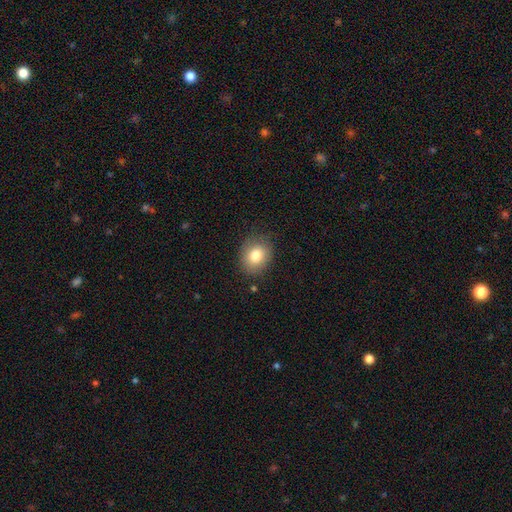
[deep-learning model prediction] smooth_or_featured: smooth (p=0.80) [alt: featured or disk p=0.11]
how_rounded: round (p=0.58) [alt: in between p=0.41]
merging: none (p=0.81) [alt: minor disturbance p=0.14]